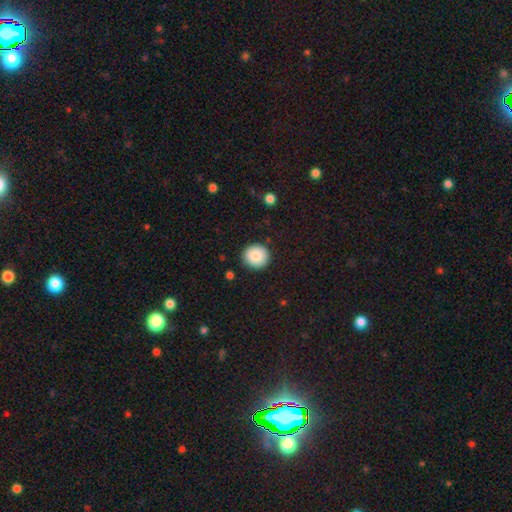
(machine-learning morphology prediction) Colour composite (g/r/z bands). It shows a smooth galaxy with no disk features (86%) that is round (90%). Merging: none (89%).